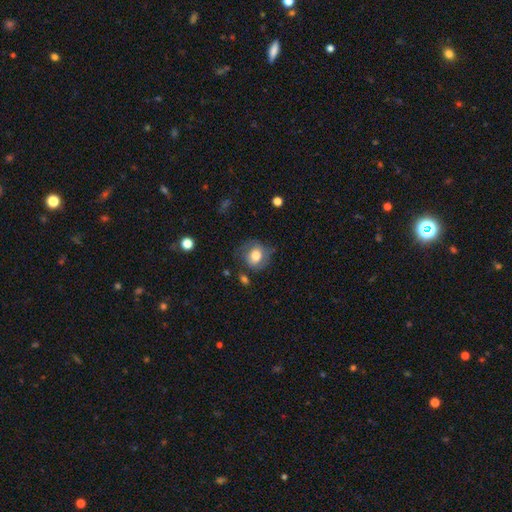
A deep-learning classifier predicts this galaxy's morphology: Smooth or featured? Predicted: smooth (p=0.72). How rounded? Predicted: round (p=0.71). Merging? Predicted: none (p=0.60).